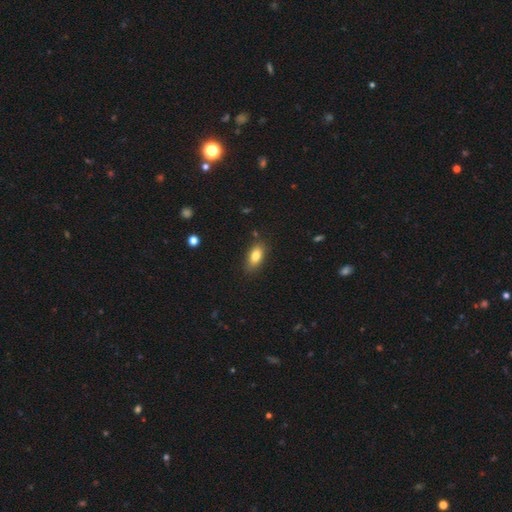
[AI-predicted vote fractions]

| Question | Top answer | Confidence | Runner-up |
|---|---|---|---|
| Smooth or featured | smooth | 81% | featured or disk (10%) |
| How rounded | in between | 86% | cigar-shaped (8%) |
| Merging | none | 82% | minor disturbance (14%) |